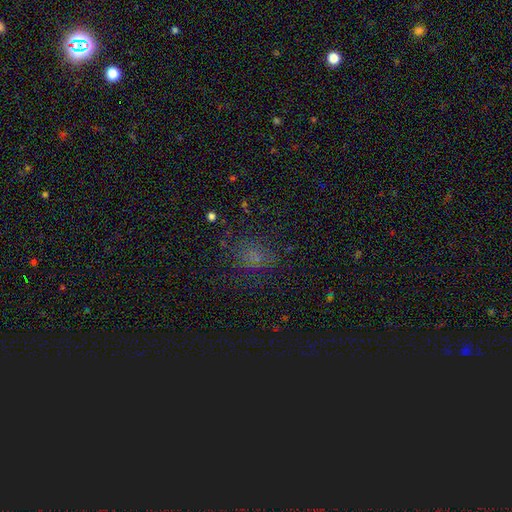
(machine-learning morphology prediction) A smooth galaxy with no disk features (56%) that is round (61%).

Vote fractions:
- Smooth or featured? smooth: 56% / star or artifact: 34% / featured or disk: 10%
- How rounded? round: 61% / in between: 37% / cigar-shaped: 2%
- Merging? none: 76% / minor disturbance: 15% / major disturbance: 8% / merger: 2%